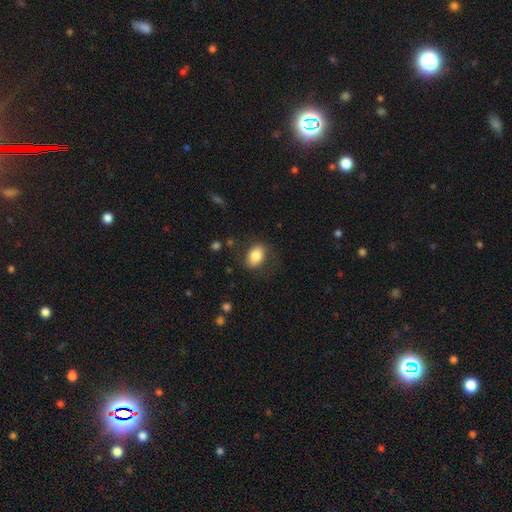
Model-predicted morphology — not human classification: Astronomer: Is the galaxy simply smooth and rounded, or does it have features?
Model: smooth — 81%.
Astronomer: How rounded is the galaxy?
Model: in between — 81%.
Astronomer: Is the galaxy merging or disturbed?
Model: none — 76%.